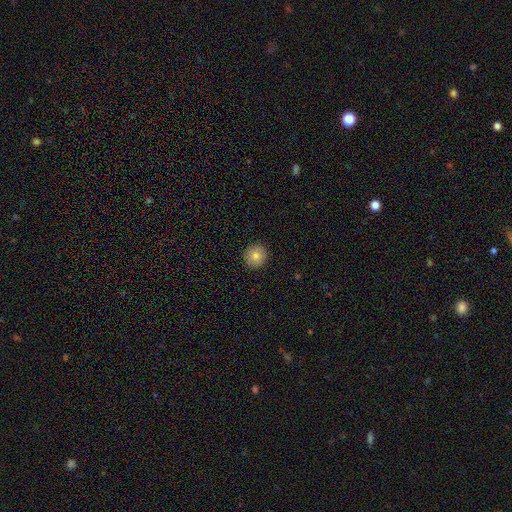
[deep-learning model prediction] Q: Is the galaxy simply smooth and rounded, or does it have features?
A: smooth — 81%.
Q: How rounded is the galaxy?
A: round — 93%.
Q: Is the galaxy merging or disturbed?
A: none — 92%.